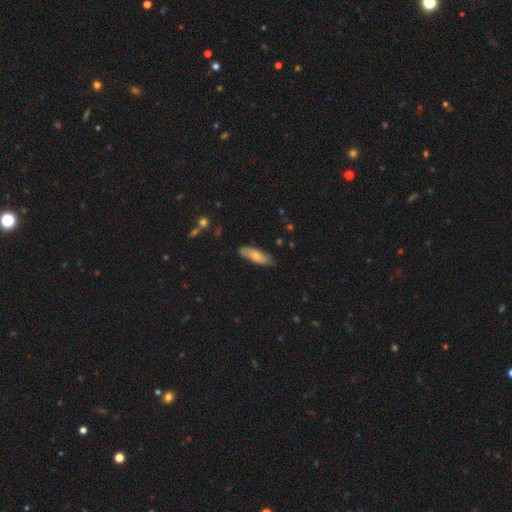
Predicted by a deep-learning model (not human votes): This appears to be a smooth galaxy with no disk features (70%) that is in between round and cigar-shaped (59%). Merging: none (78%).